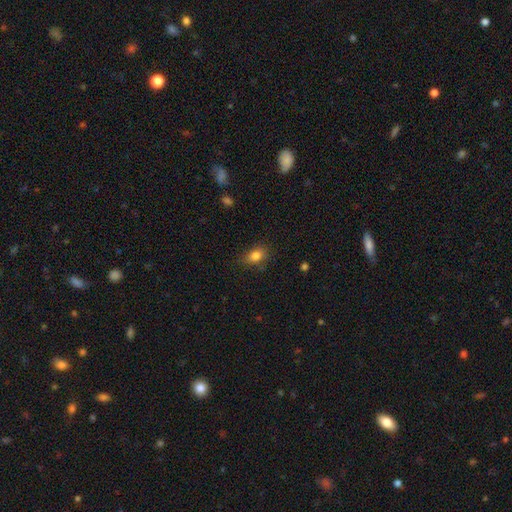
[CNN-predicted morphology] smooth-or-featured: smooth: 83% | star or artifact: 10% | featured or disk: 7%
  how-rounded: in between: 73% | round: 25% | cigar-shaped: 2%
  merging: none: 79% | minor disturbance: 16% | major disturbance: 4% | merger: 1%